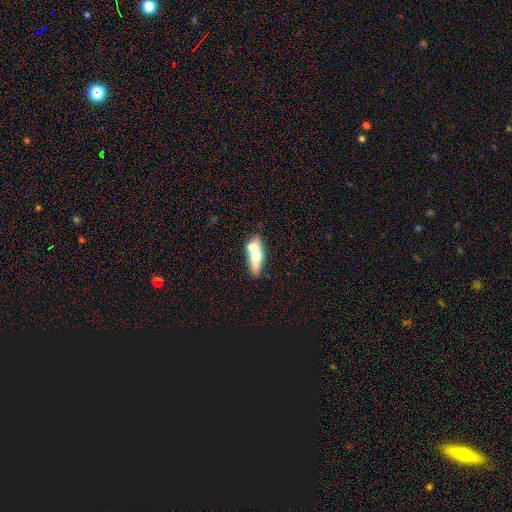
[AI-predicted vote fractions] smooth_or_featured: smooth (p=0.52) [alt: featured or disk p=0.41]
how_rounded: in between (p=0.53) [alt: cigar-shaped p=0.37]
merging: none (p=0.47) [alt: merger p=0.37]